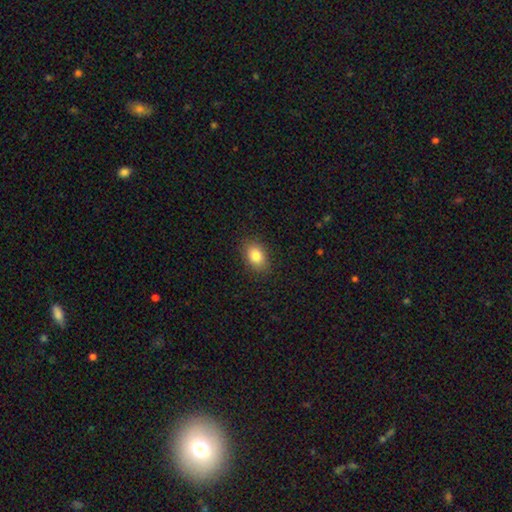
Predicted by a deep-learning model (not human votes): This appears to be a smooth galaxy with no disk features (83%) that is in between round and cigar-shaped (80%). Merging: none (87%).